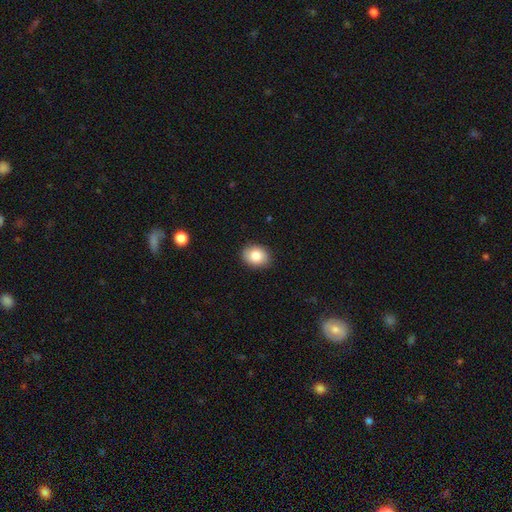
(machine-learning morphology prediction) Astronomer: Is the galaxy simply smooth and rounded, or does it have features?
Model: smooth — 84%.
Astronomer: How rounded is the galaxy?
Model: in between — 59% (runner-up: round, 40%).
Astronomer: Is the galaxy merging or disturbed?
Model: none — 87%.